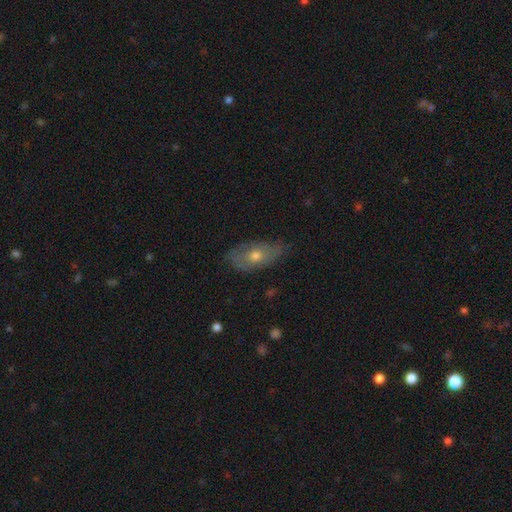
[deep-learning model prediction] A smooth galaxy with no disk features (52%) that is in between round and cigar-shaped (85%).

Vote fractions:
- Smooth or featured? smooth: 52% / featured or disk: 40% / star or artifact: 8%
- How rounded? in between: 85% / cigar-shaped: 8% / round: 7%
- Merging? none: 65% / minor disturbance: 27% / major disturbance: 6% / merger: 1%